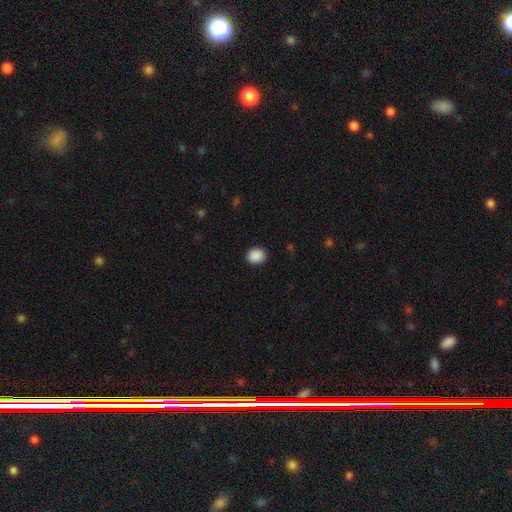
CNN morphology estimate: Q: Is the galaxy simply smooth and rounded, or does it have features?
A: smooth — 90%.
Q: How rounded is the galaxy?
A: round — 67%.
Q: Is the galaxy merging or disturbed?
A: none — 90%.